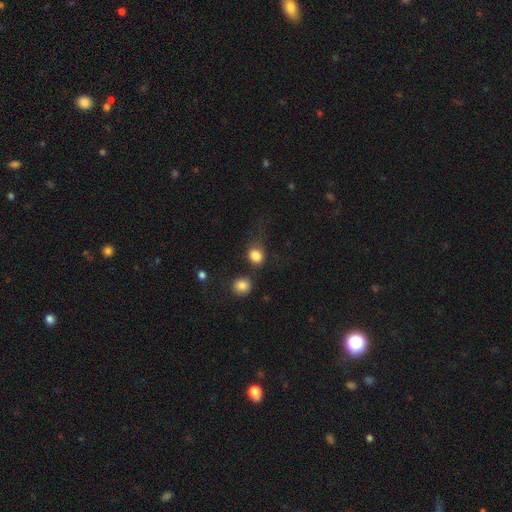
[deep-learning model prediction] smooth 84%, star or artifact 11%, featured or disk 6%. Down the decision tree: how rounded — round (66%); merging — none (57%).